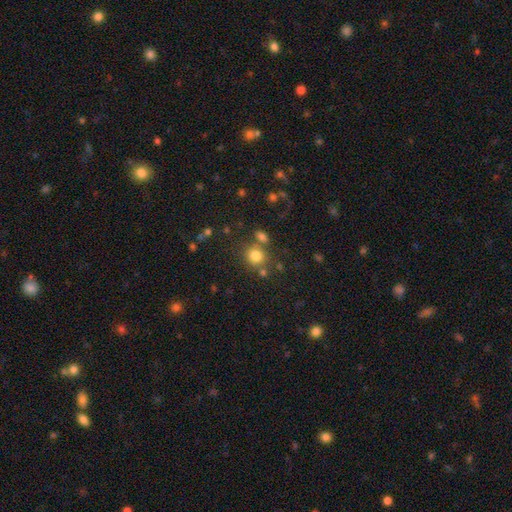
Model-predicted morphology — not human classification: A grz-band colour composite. It shows a smooth galaxy with no disk features (78%) that is round (83%). Merging: none (68%).